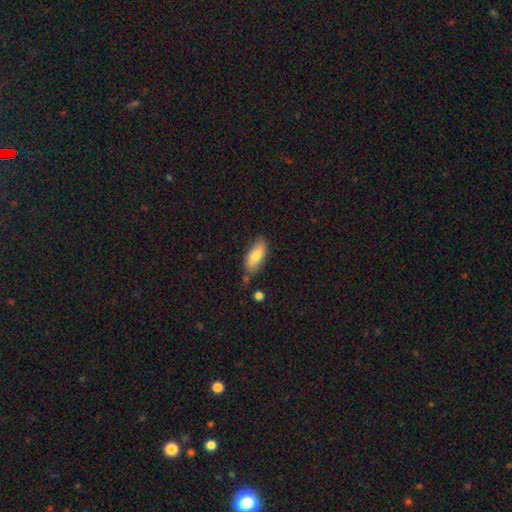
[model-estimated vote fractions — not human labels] A smooth galaxy with no disk features (78%) that is in between round and cigar-shaped (84%).

Vote fractions:
- Smooth or featured? smooth: 78% / featured or disk: 15% / star or artifact: 6%
- How rounded? in between: 84% / cigar-shaped: 14% / round: 2%
- Merging? none: 73% / minor disturbance: 19% / merger: 5% / major disturbance: 3%